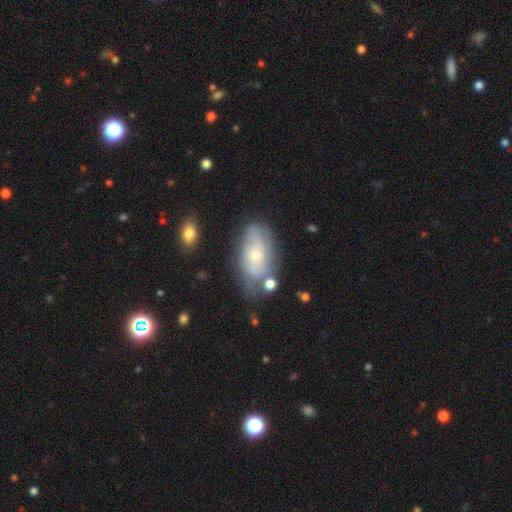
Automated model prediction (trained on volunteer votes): The model was most divided on "smooth or featured": featured or disk: 64%, smooth: 29%, star or artifact: 7%. More confident: edge-on disk — no (93%); spiral arms — yes (80%); bar — no (77%); bulge size — small (70%); merging — none (59%).